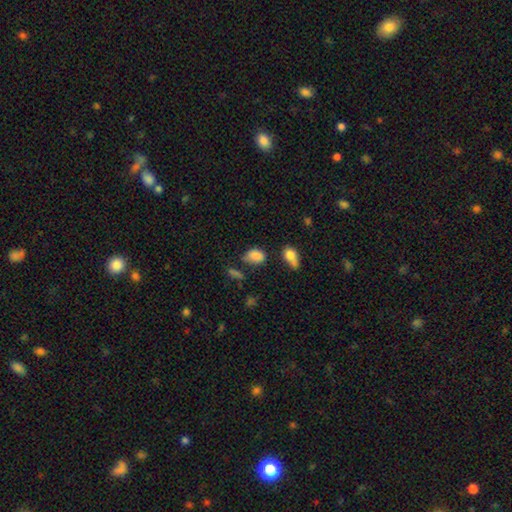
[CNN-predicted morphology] This appears to be a smooth galaxy with no disk features (83%) that is in between round and cigar-shaped (79%). Merging: none (53%).